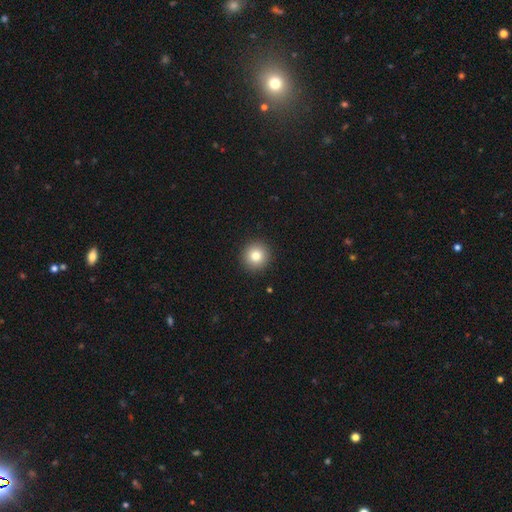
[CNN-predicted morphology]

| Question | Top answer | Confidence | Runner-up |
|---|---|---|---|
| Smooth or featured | smooth | 82% | star or artifact (10%) |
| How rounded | round | 95% | in between (4%) |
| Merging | none | 93% | minor disturbance (5%) |